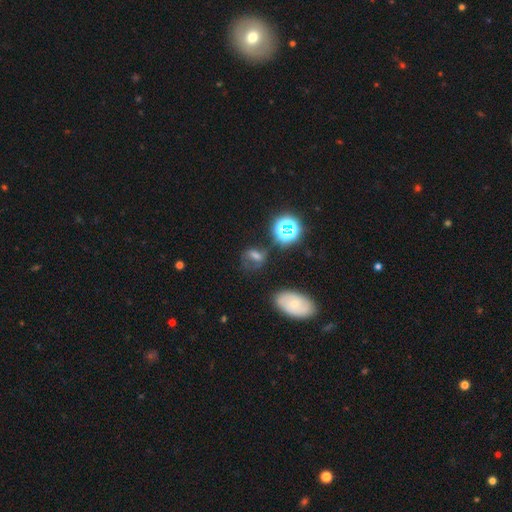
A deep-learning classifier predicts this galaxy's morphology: Smooth or featured? smooth (47%)
Merging? none (55%)